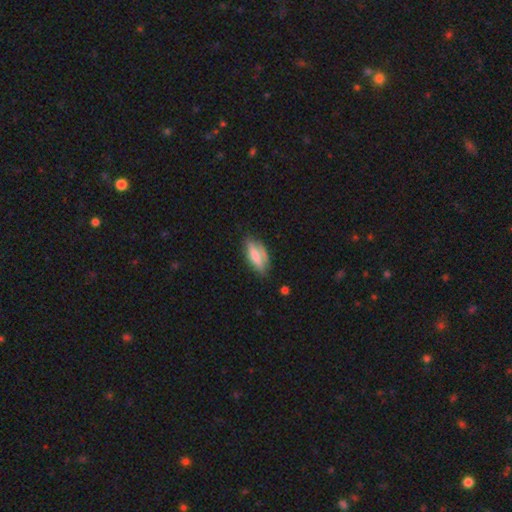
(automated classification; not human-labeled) Smooth or featured? Predicted: smooth (p=0.60). How rounded? Predicted: in between (p=0.67). Merging? Predicted: none (p=0.63).